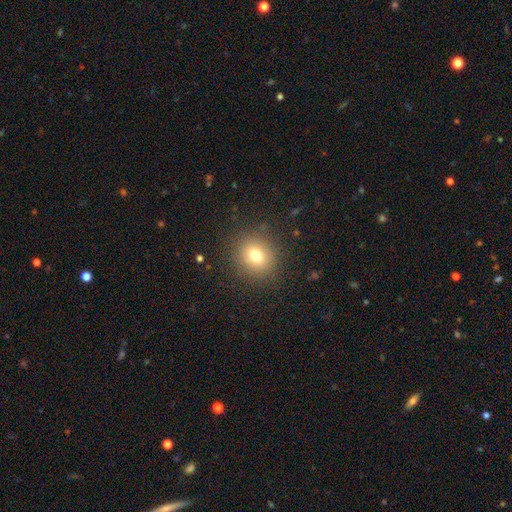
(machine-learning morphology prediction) The model was most divided on "smooth or featured": smooth: 74%, star or artifact: 15%, featured or disk: 11%. More confident: merging — none (87%); how rounded — round (80%).